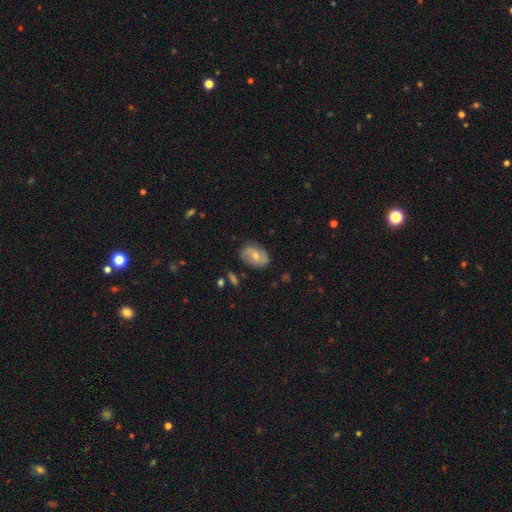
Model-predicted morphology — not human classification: A featured or disk galaxy (51%). Merging: none (79%).